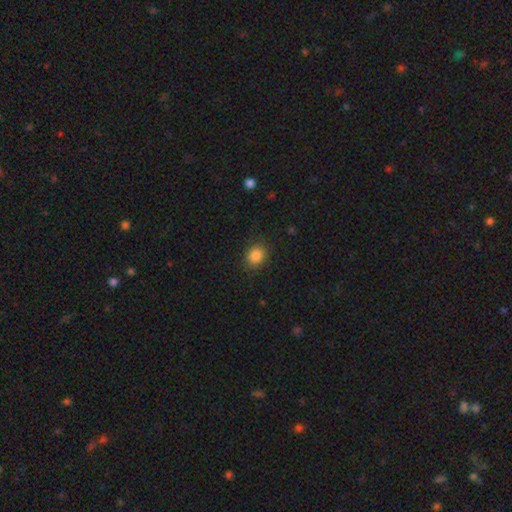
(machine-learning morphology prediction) This appears to be a smooth galaxy with no disk features (86%) that is round (63%). Merging: none (87%).